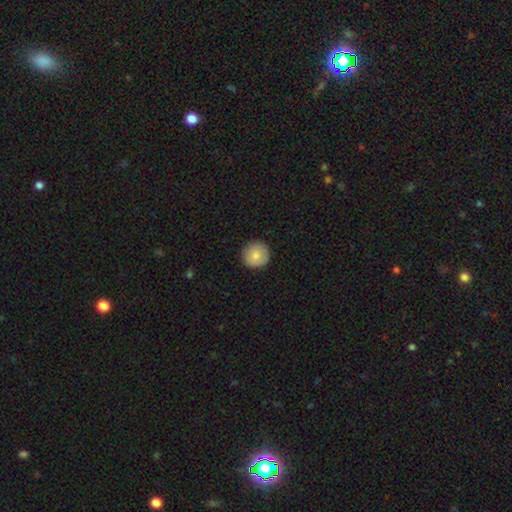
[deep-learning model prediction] The model was most divided on "smooth or featured": smooth: 83%, featured or disk: 9%, star or artifact: 7%. More confident: how rounded — round (95%); merging — none (90%).